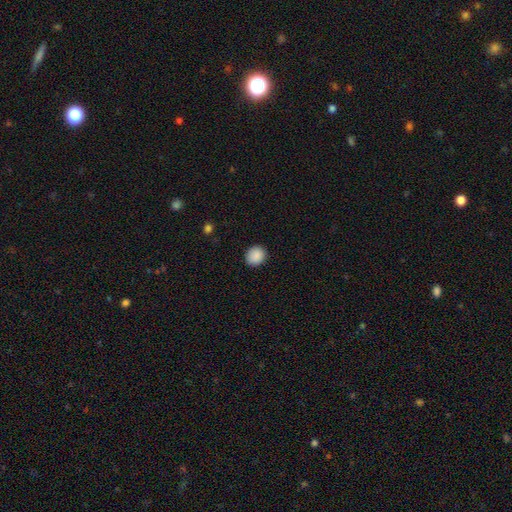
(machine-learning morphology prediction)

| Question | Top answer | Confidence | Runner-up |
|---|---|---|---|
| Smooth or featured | smooth | 89% | star or artifact (8%) |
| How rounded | round | 79% | in between (20%) |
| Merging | none | 90% | minor disturbance (7%) |